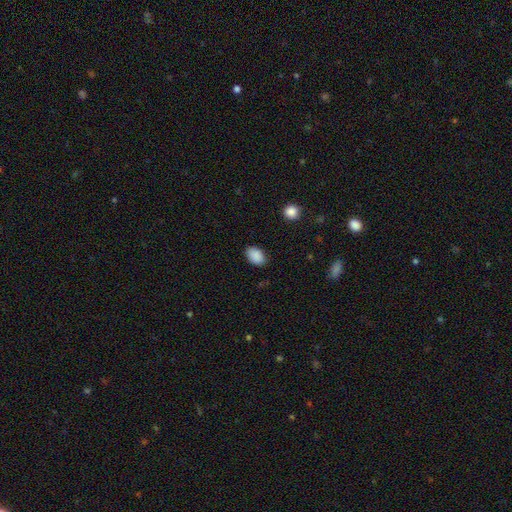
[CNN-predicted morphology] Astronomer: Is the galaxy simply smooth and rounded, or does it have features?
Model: smooth — 89%.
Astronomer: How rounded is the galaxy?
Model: in between — 86%.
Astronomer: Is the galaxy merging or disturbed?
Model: none — 85%.